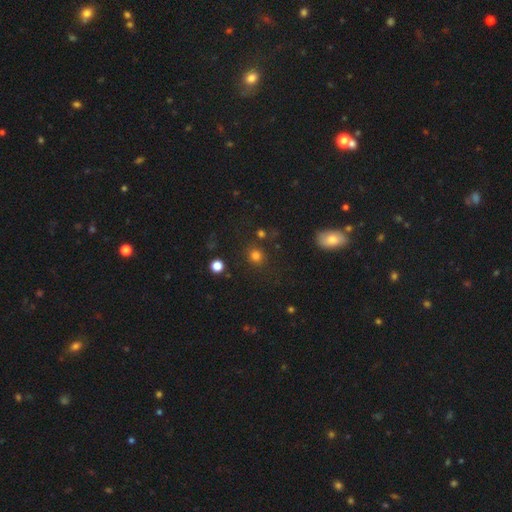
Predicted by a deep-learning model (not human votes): Smooth or featured: smooth — 78% (star or artifact — 17%)
How rounded: round — 87% (in between — 12%)
Merging: none — 82% (minor disturbance — 9%)